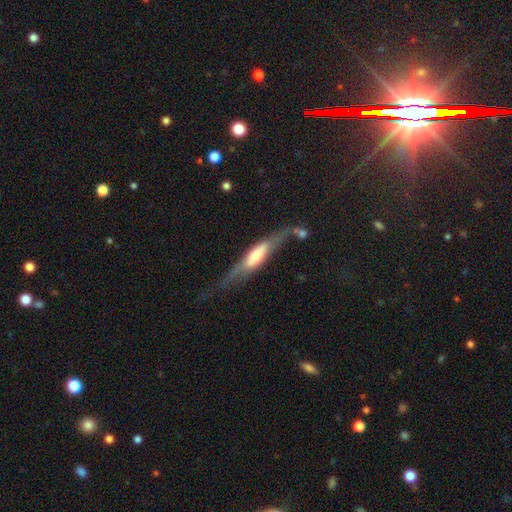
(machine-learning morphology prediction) Smooth or featured? Predicted: featured or disk (p=0.63). Edge-on disk? Predicted: yes (p=0.74). Merging? Predicted: none (p=0.46).